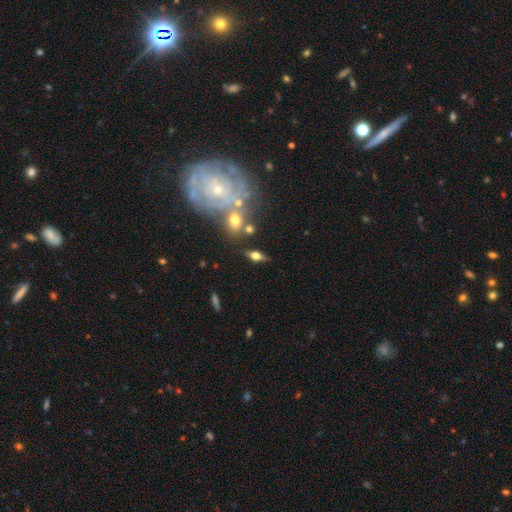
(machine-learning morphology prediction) Smooth or featured?
  - smooth: 49% *
  - featured or disk: 38%
  - star or artifact: 12%
Merging?
  - none: 69% *
  - minor disturbance: 15%
  - merger: 9%
  - major disturbance: 6%